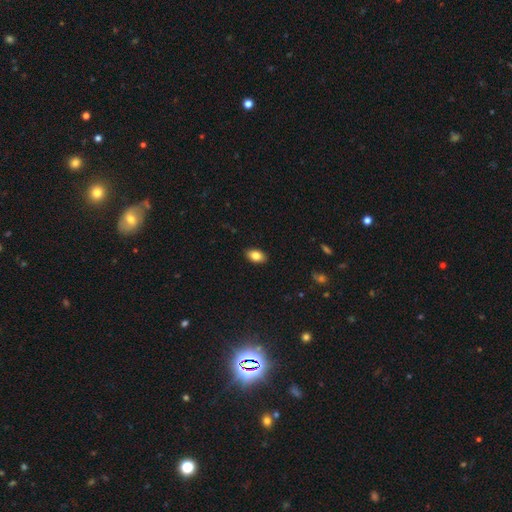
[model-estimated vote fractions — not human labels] Smooth or featured?
  - smooth: 84% *
  - star or artifact: 8%
  - featured or disk: 8%
How rounded?
  - in between: 89% *
  - round: 9%
  - cigar-shaped: 2%
Merging?
  - none: 89% *
  - minor disturbance: 8%
  - major disturbance: 2%
  - merger: 1%